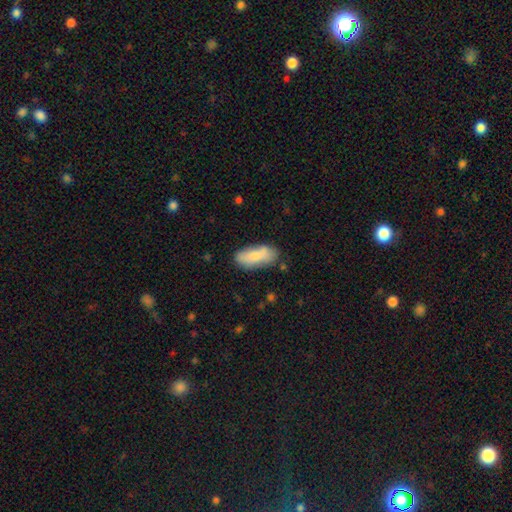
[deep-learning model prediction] smooth-or-featured: smooth: 76% | featured or disk: 18% | star or artifact: 6%
  how-rounded: in between: 80% | cigar-shaped: 18% | round: 2%
  merging: none: 70% | minor disturbance: 21% | major disturbance: 5% | merger: 4%